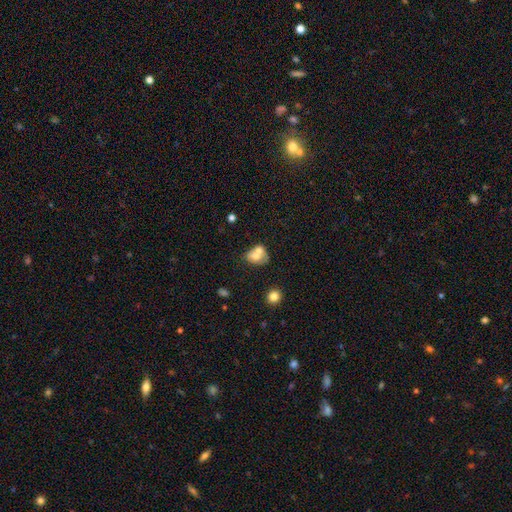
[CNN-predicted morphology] Smooth or featured?
  - smooth: 63% *
  - featured or disk: 28%
  - star or artifact: 9%
How rounded?
  - in between: 59% *
  - round: 40%
  - cigar-shaped: 1%
Merging?
  - merger: 59% *
  - none: 23%
  - minor disturbance: 11%
  - major disturbance: 7%